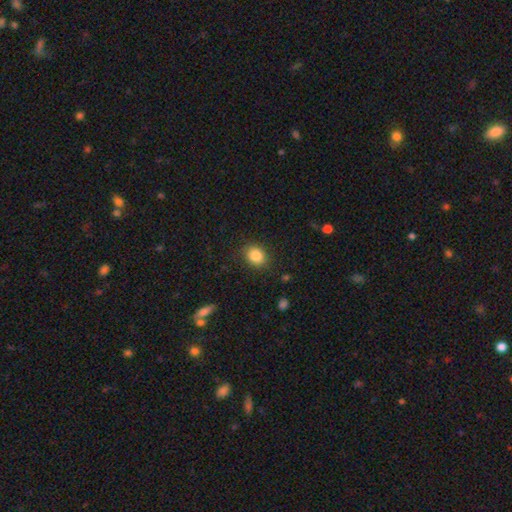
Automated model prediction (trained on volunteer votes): Q: Smooth or featured?
A: smooth (85%); runner-up: star or artifact (9%)
Q: How rounded?
A: round (55%); runner-up: in between (44%)
Q: Merging?
A: none (86%); runner-up: minor disturbance (10%)